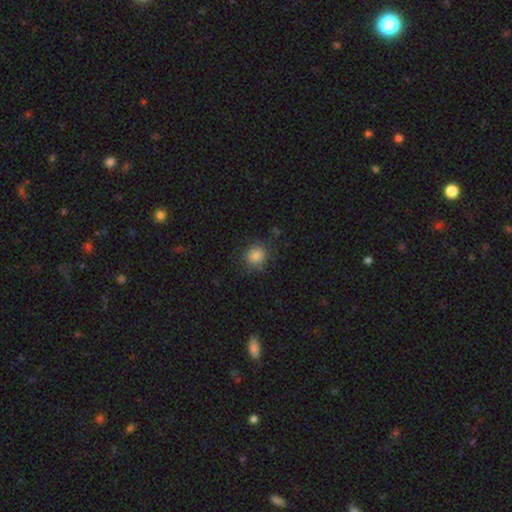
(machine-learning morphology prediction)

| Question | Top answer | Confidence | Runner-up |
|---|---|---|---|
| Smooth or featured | smooth | 81% | star or artifact (11%) |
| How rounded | round | 83% | in between (16%) |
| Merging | none | 79% | minor disturbance (15%) |